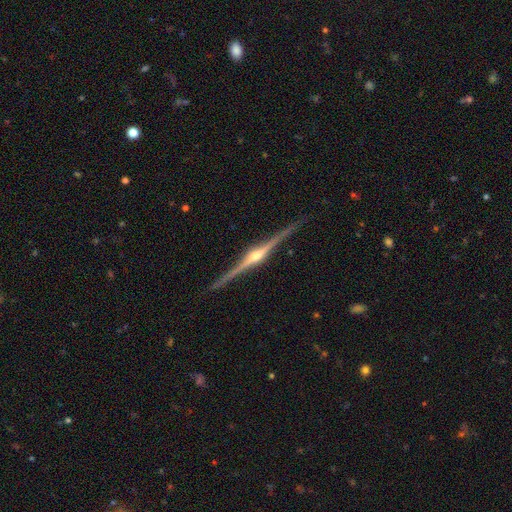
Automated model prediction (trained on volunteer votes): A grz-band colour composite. It shows a featured or disk galaxy (90%) viewed edge-on (99%) with a rounded central bulge (93%). Merging: none (90%).